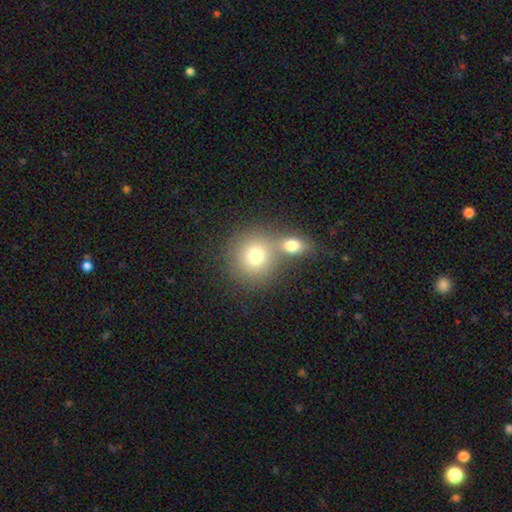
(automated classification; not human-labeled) A smooth galaxy with no disk features (76%) that is round (86%). Merging: none (46%).